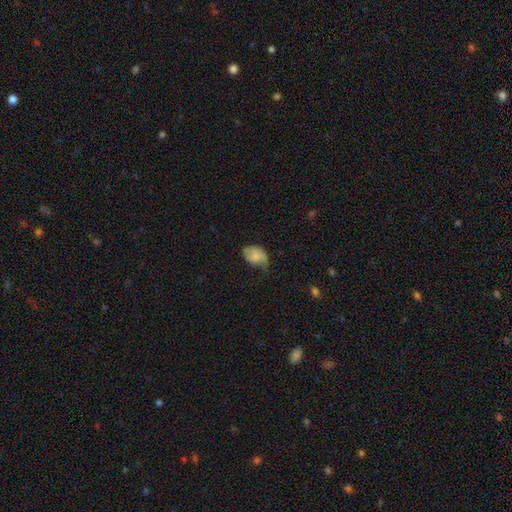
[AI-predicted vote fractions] smooth_or_featured: smooth (p=0.67) [alt: featured or disk p=0.26]
how_rounded: in between (p=0.81) [alt: round p=0.18]
merging: minor disturbance (p=0.43) [alt: none p=0.33]